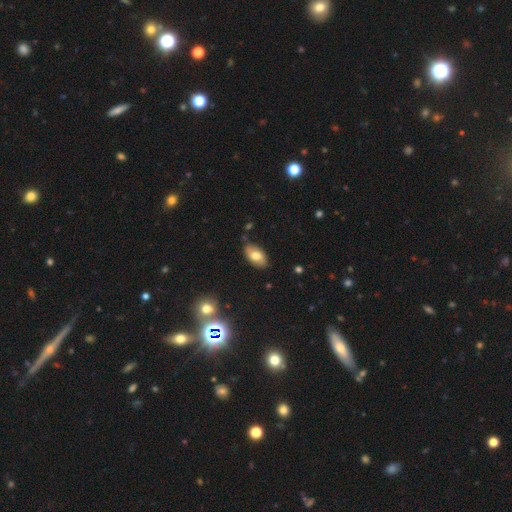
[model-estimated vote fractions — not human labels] A smooth galaxy with no disk features (75%) that is in between round and cigar-shaped (94%). Merging: none (79%).